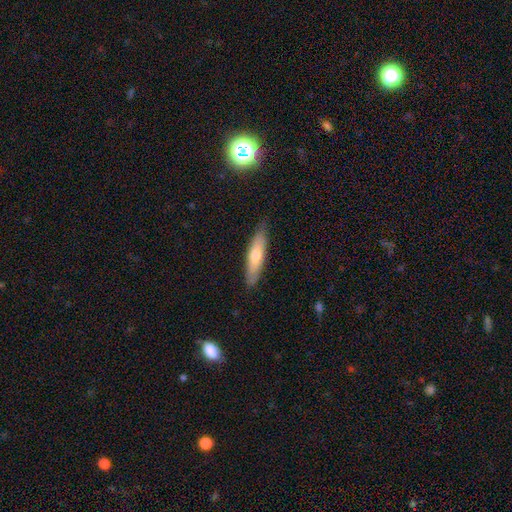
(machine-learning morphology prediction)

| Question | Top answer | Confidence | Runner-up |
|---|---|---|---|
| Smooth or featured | smooth | 65% | featured or disk (30%) |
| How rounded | cigar-shaped | 73% | in between (25%) |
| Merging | none | 83% | minor disturbance (14%) |